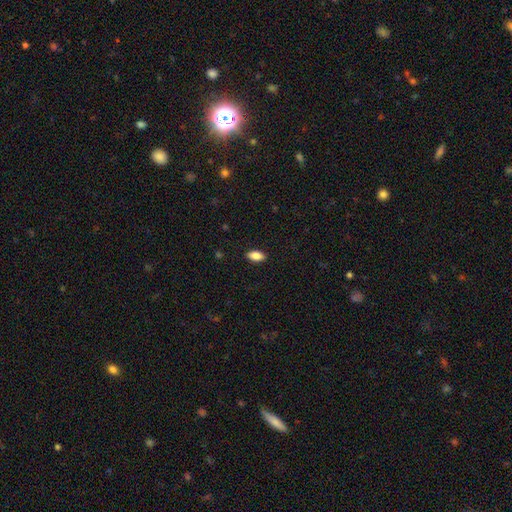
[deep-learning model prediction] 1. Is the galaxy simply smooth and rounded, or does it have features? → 85% smooth, 8% featured or disk, 7% star or artifact.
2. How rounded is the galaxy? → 90% in between, 7% cigar-shaped, 3% round.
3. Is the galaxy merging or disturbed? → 89% none, 8% minor disturbance, 2% major disturbance, 1% merger.